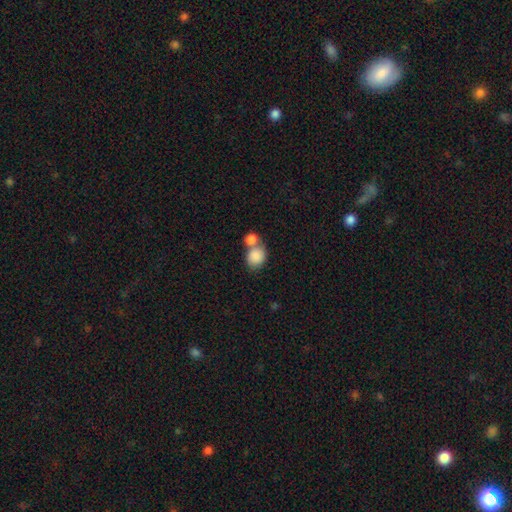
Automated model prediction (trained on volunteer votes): The model was most divided on "merging": merger: 52%, none: 35%, minor disturbance: 9%, major disturbance: 4%. More confident: smooth or featured — smooth (85%); how rounded — round (61%).